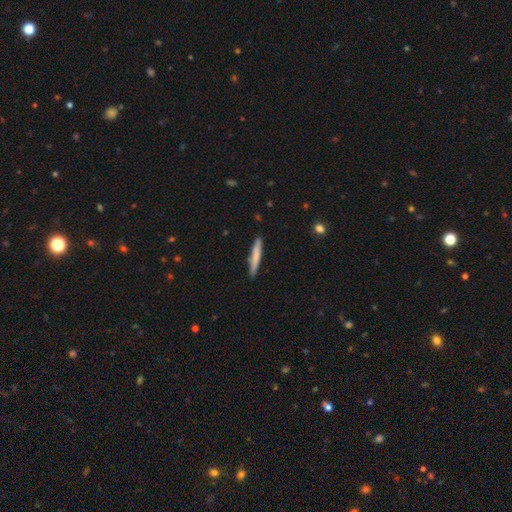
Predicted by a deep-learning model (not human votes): smooth 75%, featured or disk 20%, star or artifact 5%. Down the decision tree: how rounded — cigar-shaped (95%); merging — none (88%).